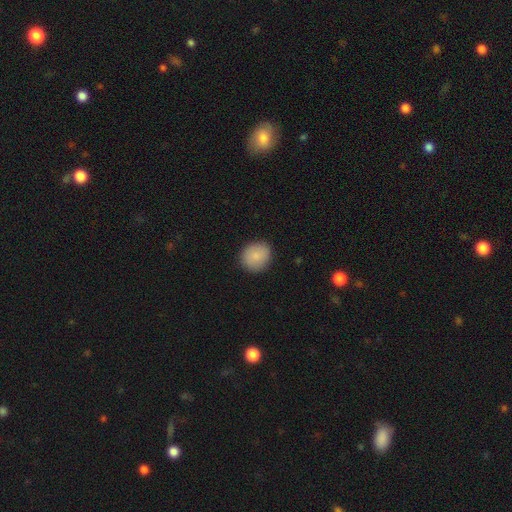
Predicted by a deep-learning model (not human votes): Q: Smooth or featured?
A: smooth (86%); runner-up: star or artifact (7%)
Q: How rounded?
A: round (78%); runner-up: in between (21%)
Q: Merging?
A: none (89%); runner-up: minor disturbance (8%)